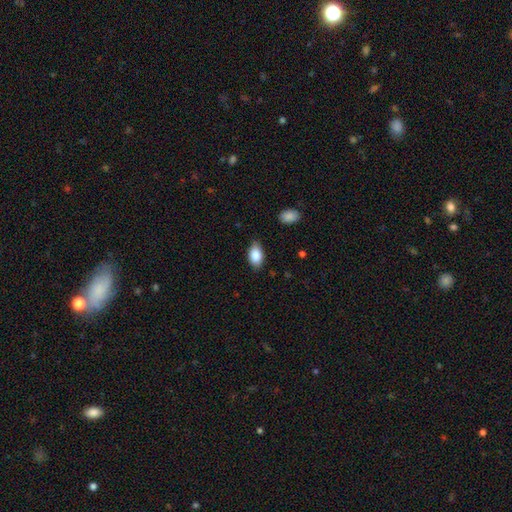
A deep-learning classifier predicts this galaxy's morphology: type=smooth (86%); roundness=in between (93%); merging=none (83%).